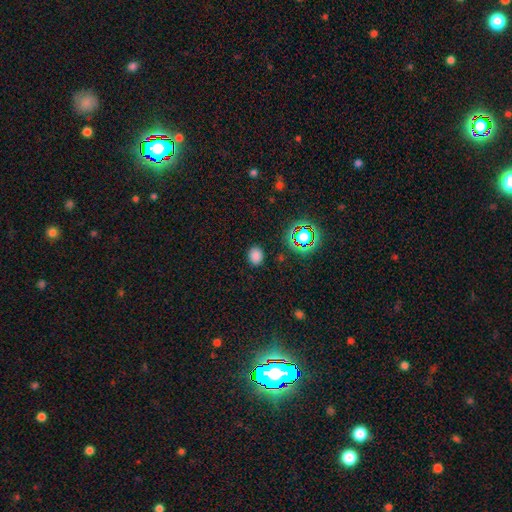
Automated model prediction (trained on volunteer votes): Overall: smooth (78%). How rounded: round (56%; in between 43%). Merging: none (87%).